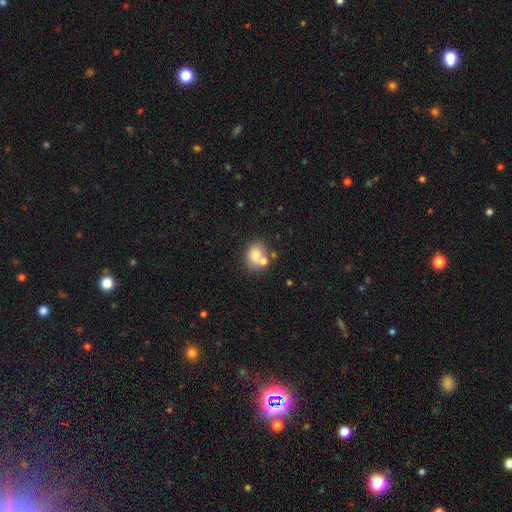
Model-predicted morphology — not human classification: Smooth or featured?
  - smooth: 75% *
  - featured or disk: 15%
  - star or artifact: 10%
How rounded?
  - in between: 50% *
  - round: 49%
  - cigar-shaped: 1%
Merging?
  - none: 53% *
  - merger: 27%
  - minor disturbance: 15%
  - major disturbance: 5%